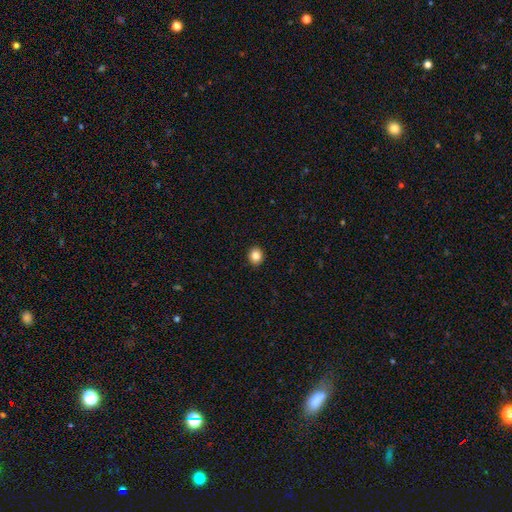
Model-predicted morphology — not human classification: This is clearly a smooth galaxy (85%). How rounded: likely round (73%). Merging: clearly none (92%).